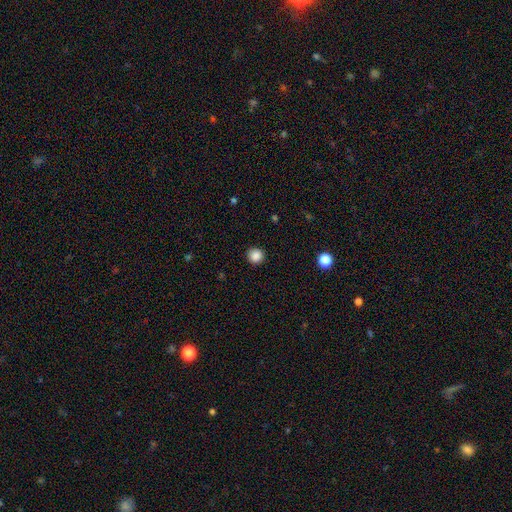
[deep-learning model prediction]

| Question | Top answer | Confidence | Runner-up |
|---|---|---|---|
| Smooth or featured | smooth | 87% | star or artifact (10%) |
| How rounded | round | 93% | in between (6%) |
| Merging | none | 92% | minor disturbance (6%) |